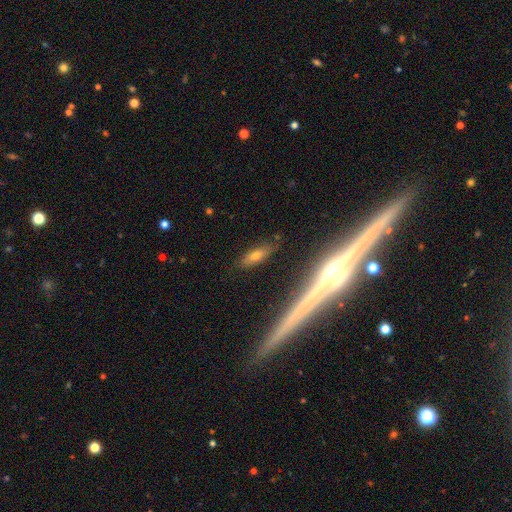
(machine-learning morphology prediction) The model was most divided on "how rounded": in between: 64%, cigar-shaped: 32%, round: 4%. More confident: merging — none (81%); smooth or featured — smooth (63%).